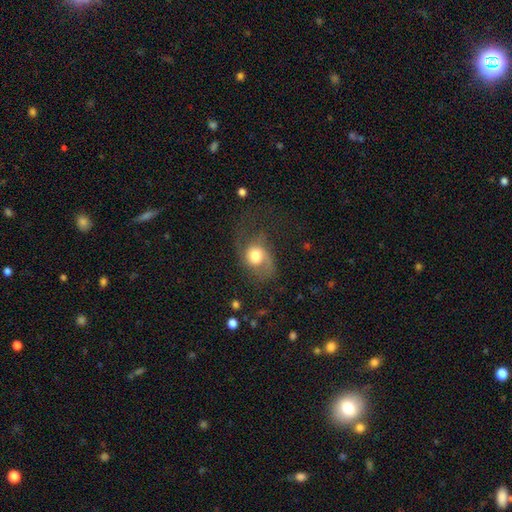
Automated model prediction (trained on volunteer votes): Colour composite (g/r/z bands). It shows a smooth galaxy with no disk features (51%) that is round (51%). Merging: major disturbance (39%).